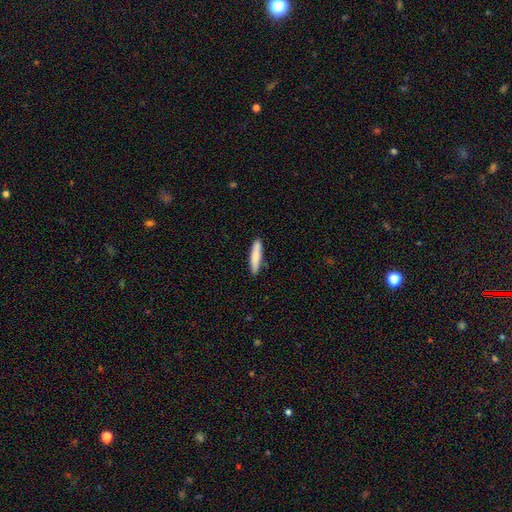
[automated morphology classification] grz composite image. It shows a smooth galaxy with no disk features (80%) that is cigar-shaped (87%). Merging: none (85%).